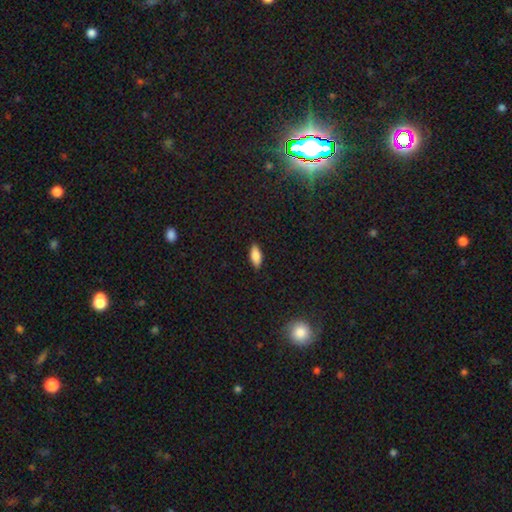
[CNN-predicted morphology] This is clearly a smooth galaxy (84%). How rounded: clearly in between (84%). Merging: clearly none (88%).